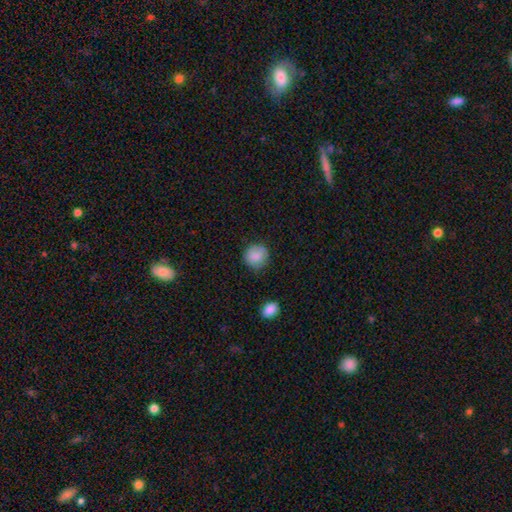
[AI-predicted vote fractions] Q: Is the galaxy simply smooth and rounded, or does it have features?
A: smooth — 85%.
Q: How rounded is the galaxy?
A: round — 87%.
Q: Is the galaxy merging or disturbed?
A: none — 80%.